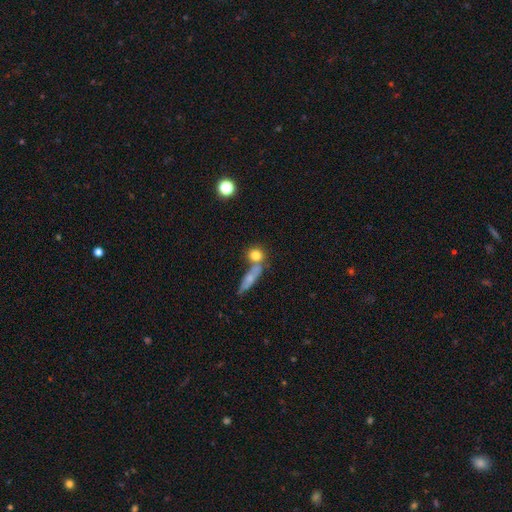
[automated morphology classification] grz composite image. It shows a smooth galaxy with no disk features (77%) that is round (69%). Merging: none (55%).